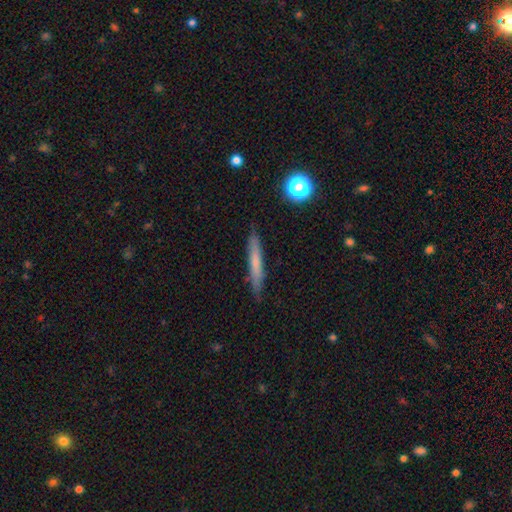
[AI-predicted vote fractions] The model was most divided on "smooth or featured": smooth: 57%, featured or disk: 35%, star or artifact: 8%. More confident: how rounded — cigar-shaped (95%); merging — none (89%).